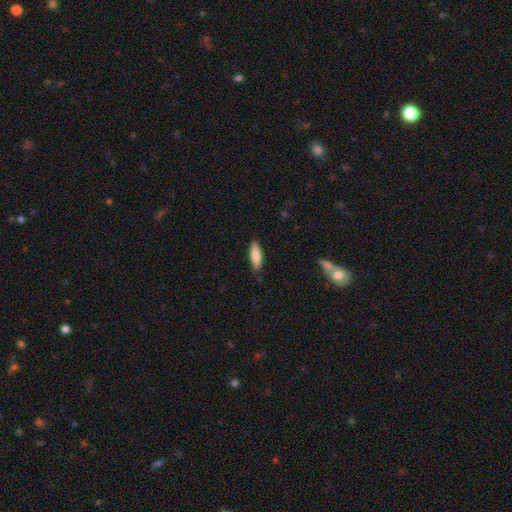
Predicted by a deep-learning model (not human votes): A smooth galaxy with no disk features (82%) that is cigar-shaped (51%). Merging: none (83%).